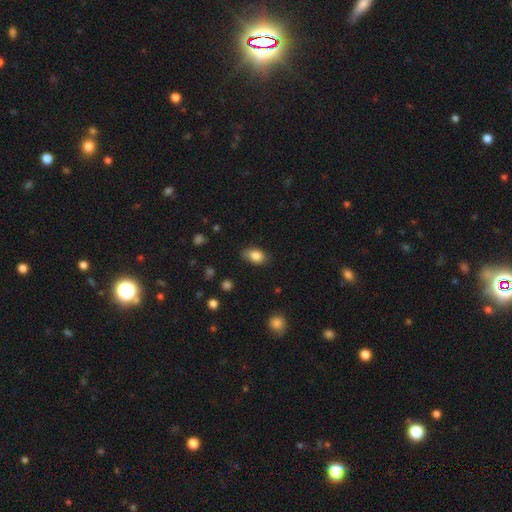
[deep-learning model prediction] A smooth galaxy with no disk features (85%) that is in between round and cigar-shaped (84%). Merging: none (74%).